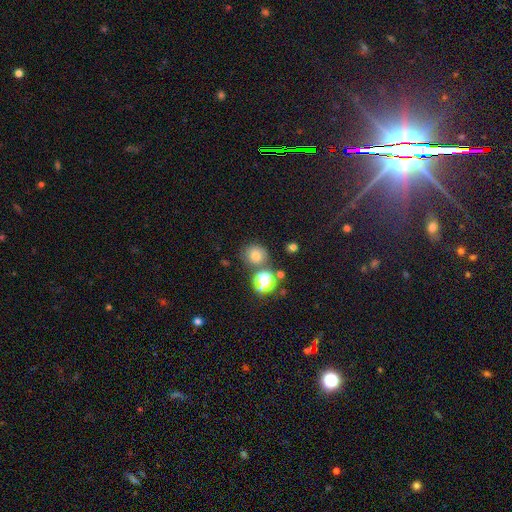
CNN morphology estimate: Overall: smooth (68%). How rounded: round (85%). Merging: none (72%).